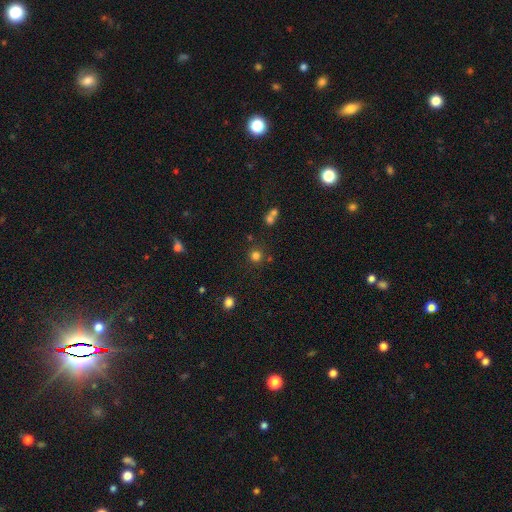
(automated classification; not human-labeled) A smooth galaxy with no disk features (77%) that is round (93%).

Vote fractions:
- Smooth or featured? smooth: 77% / star or artifact: 17% / featured or disk: 6%
- How rounded? round: 93% / in between: 6% / cigar-shaped: 1%
- Merging? none: 79% / merger: 10% / minor disturbance: 8% / major disturbance: 3%